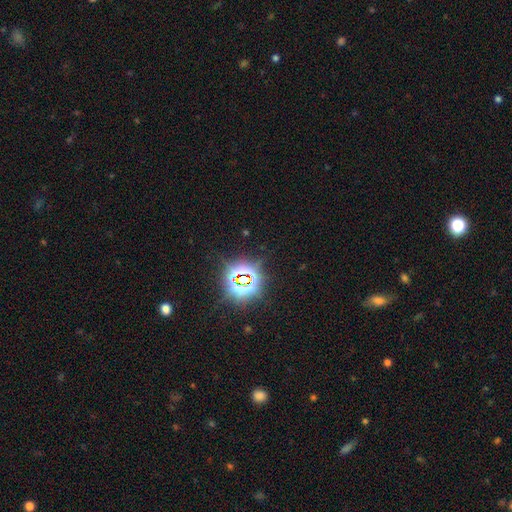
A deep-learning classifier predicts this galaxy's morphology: Smooth or featured? Predicted: star or artifact (p=0.82).